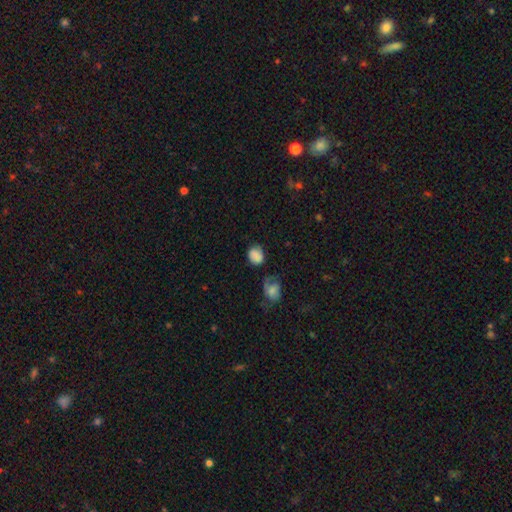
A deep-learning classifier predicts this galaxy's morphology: smooth_or_featured: smooth (p=0.81) [alt: star or artifact p=0.10]
how_rounded: round (p=0.51) [alt: in between p=0.48]
merging: none (p=0.58) [alt: minor disturbance p=0.23]